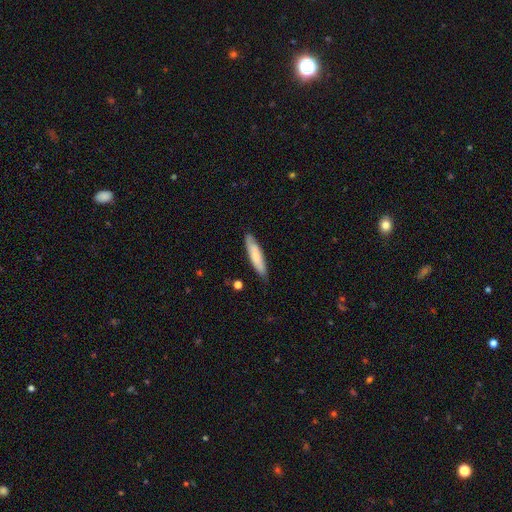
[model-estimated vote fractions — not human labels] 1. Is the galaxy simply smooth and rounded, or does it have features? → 72% smooth, 22% featured or disk, 6% star or artifact.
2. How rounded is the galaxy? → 79% cigar-shaped, 19% in between, 1% round.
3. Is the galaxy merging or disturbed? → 80% none, 16% minor disturbance, 2% major disturbance, 1% merger.